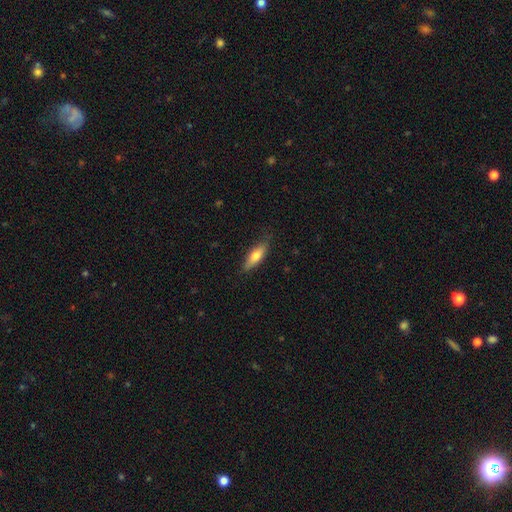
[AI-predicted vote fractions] This appears to be a smooth galaxy with no disk features (68%) that is in between round and cigar-shaped (52%). Merging: none (80%).